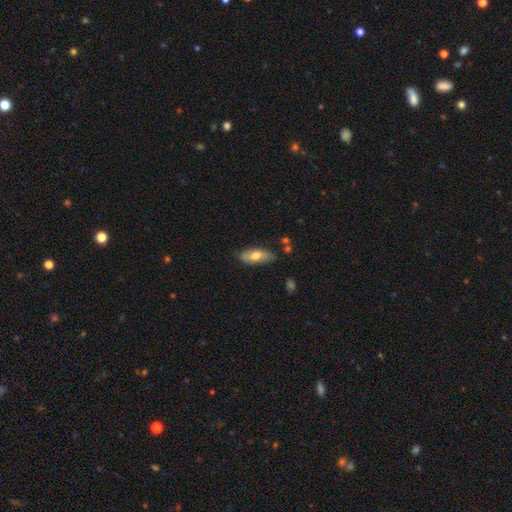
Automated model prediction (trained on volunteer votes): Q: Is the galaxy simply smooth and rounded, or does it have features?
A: smooth — 67%.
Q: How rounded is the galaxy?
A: in between — 85%.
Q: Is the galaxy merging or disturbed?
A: none — 75%.